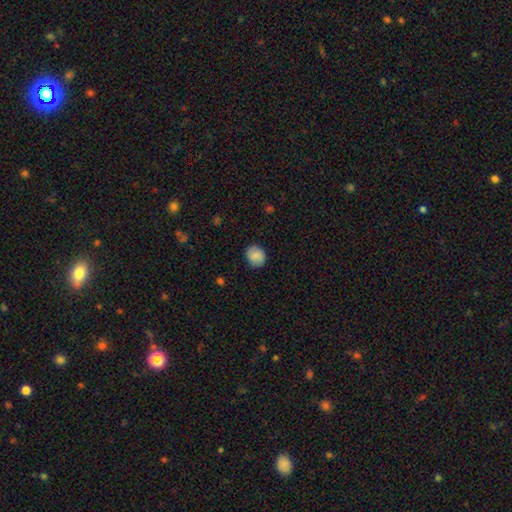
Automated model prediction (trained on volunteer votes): smooth_or_featured: smooth (p=0.86) [alt: star or artifact p=0.07]
how_rounded: round (p=0.72) [alt: in between p=0.27]
merging: none (p=0.86) [alt: minor disturbance p=0.10]